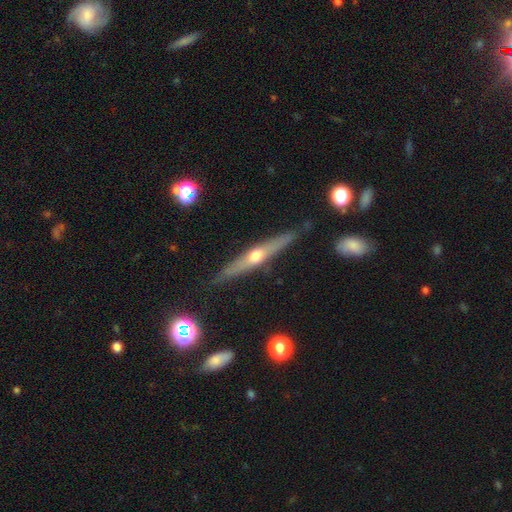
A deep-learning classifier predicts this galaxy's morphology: This is likely a featured or disk galaxy (68%). It is clearly viewed edge-on (95%). Edge-on bulge: clearly rounded (89%). Merging: clearly none (86%).